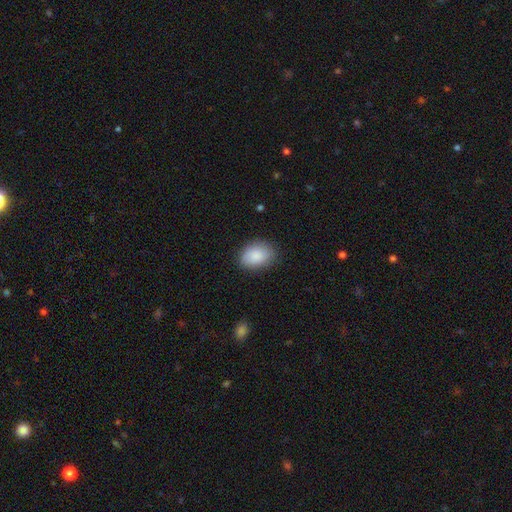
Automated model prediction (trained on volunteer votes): Smooth or featured: smooth — 88% (star or artifact — 6%)
How rounded: in between — 79% (round — 20%)
Merging: none — 81% (minor disturbance — 14%)